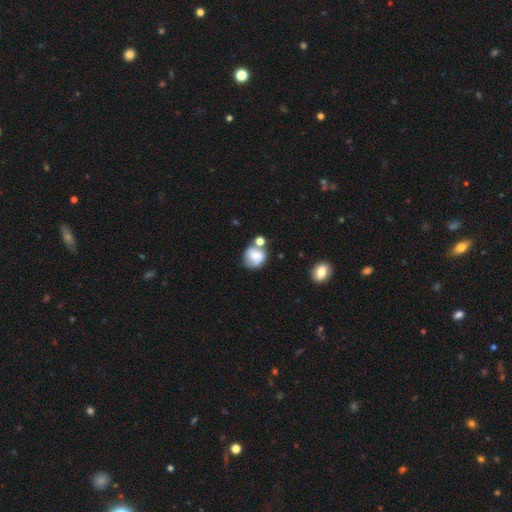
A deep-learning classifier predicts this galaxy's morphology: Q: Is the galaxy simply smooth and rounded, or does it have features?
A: smooth — 55%.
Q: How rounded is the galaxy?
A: round — 73%.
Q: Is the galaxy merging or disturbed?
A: none — 43%.